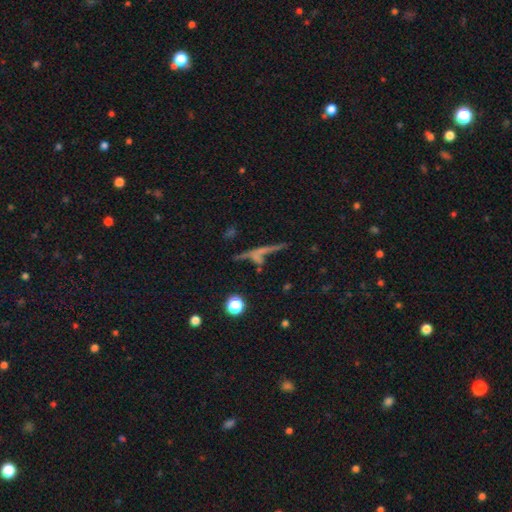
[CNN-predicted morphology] A featured or disk galaxy (49%).

Vote fractions:
- Smooth or featured? featured or disk: 49% / smooth: 32% / star or artifact: 19%
- Merging? none: 63% / merger: 15% / minor disturbance: 13% / major disturbance: 8%